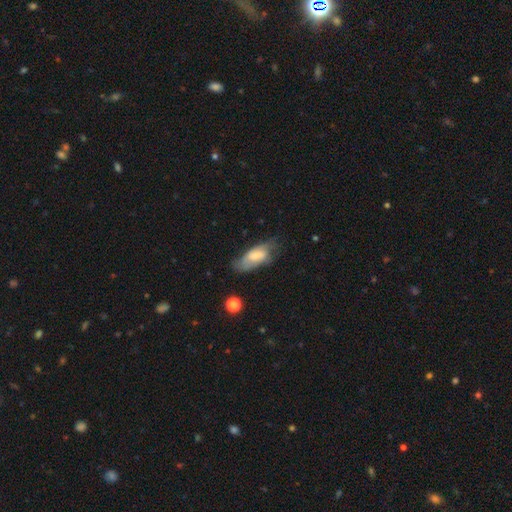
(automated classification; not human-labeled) A smooth galaxy with no disk features (59%) that is in between round and cigar-shaped (79%).

Vote fractions:
- Smooth or featured? smooth: 59% / featured or disk: 34% / star or artifact: 8%
- How rounded? in between: 79% / cigar-shaped: 18% / round: 3%
- Merging? none: 50% / minor disturbance: 32% / major disturbance: 16% / merger: 3%